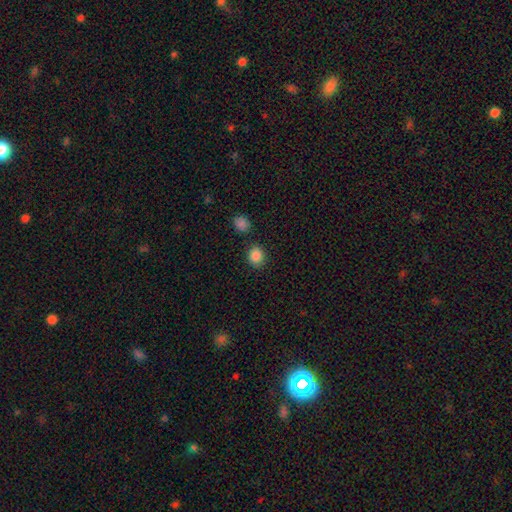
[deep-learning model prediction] This appears to be a smooth galaxy with no disk features (87%) that is round (73%). Merging: none (82%).